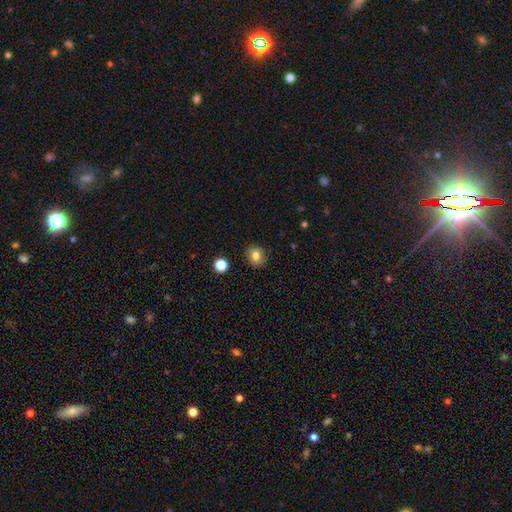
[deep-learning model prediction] The model was most divided on "how rounded": round: 74%, in between: 25%, cigar-shaped: 1%. More confident: merging — none (87%); smooth or featured — smooth (79%).